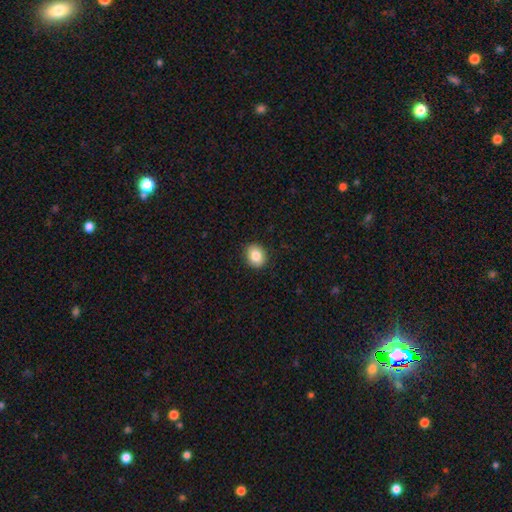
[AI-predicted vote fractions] This is clearly a smooth galaxy (84%). How rounded: possibly round (55%). Merging: clearly none (89%).